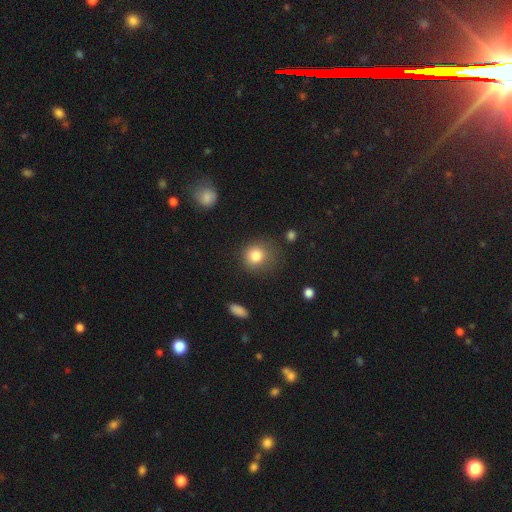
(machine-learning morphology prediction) This is clearly a smooth galaxy (82%). How rounded: clearly round (82%). Merging: likely none (73%).